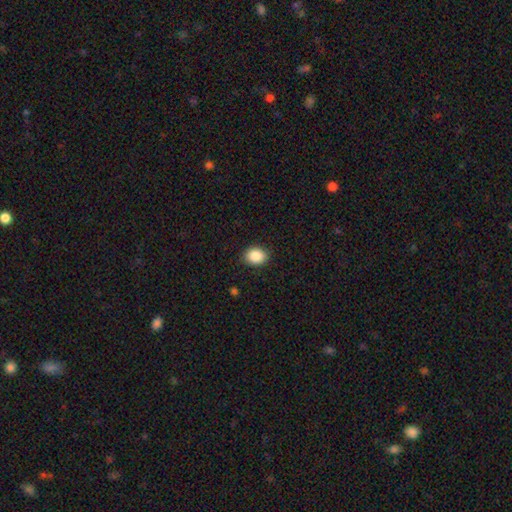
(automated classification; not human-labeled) Overall: smooth (88%). How rounded: in between (56%; round 43%). Merging: none (88%).